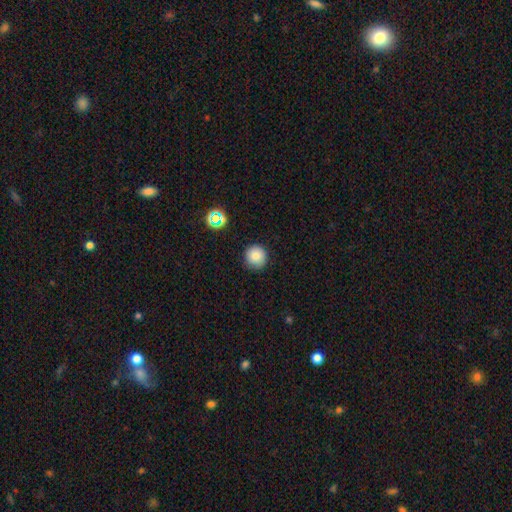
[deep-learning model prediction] Overall: smooth (82%). How rounded: round (95%). Merging: none (89%).